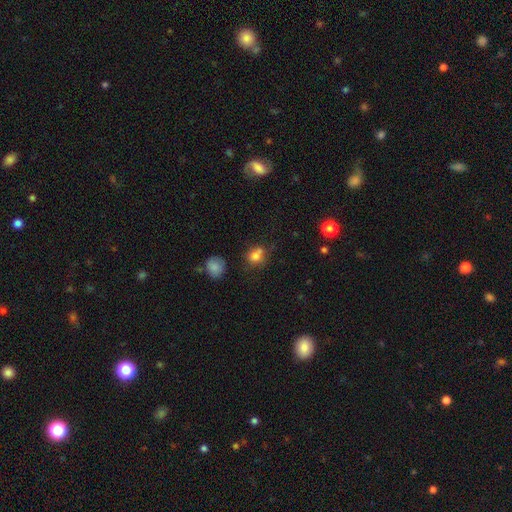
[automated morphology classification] Smooth or featured? Predicted: smooth (p=0.76). How rounded? Predicted: round (p=0.65). Merging? Predicted: none (p=0.48).